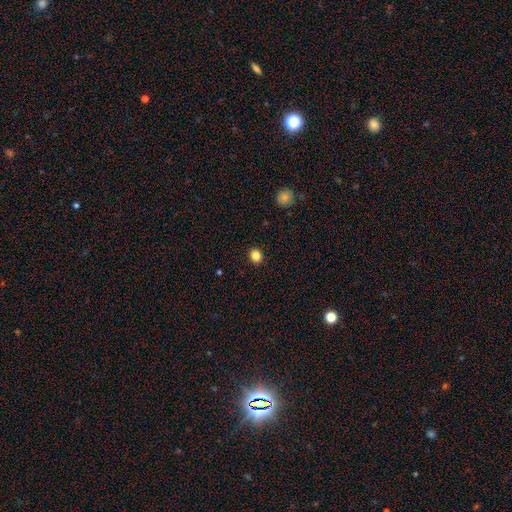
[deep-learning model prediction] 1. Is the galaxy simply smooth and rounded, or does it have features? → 84% smooth, 12% star or artifact, 4% featured or disk.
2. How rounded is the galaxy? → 77% round, 22% in between, 1% cigar-shaped.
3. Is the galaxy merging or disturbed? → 91% none, 6% minor disturbance, 2% major disturbance, 1% merger.